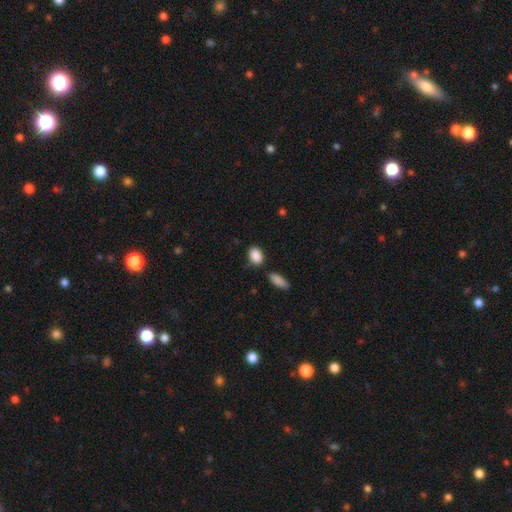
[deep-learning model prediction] Smooth or featured? smooth (89%)
How rounded? in between (78%)
Merging? none (73%)